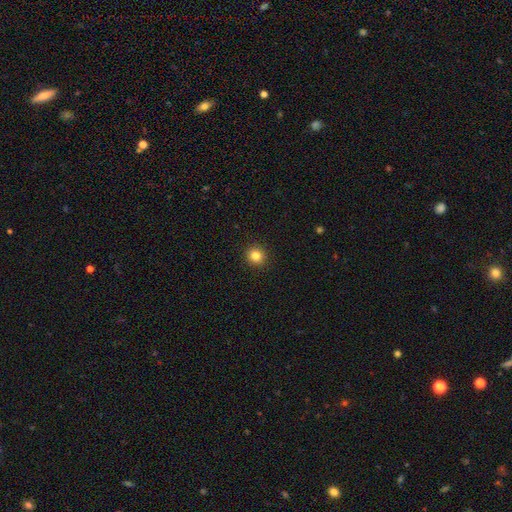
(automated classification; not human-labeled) Smooth or featured? smooth (83%)
How rounded? round (91%)
Merging? none (93%)